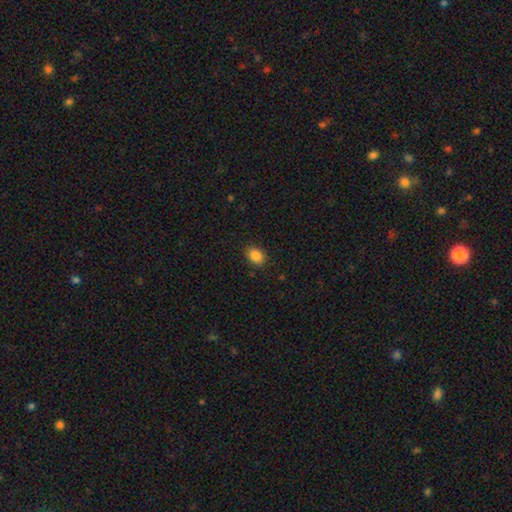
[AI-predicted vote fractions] smooth_or_featured: smooth (p=0.87) [alt: star or artifact p=0.09]
how_rounded: in between (p=0.69) [alt: round p=0.30]
merging: none (p=0.87) [alt: minor disturbance p=0.09]